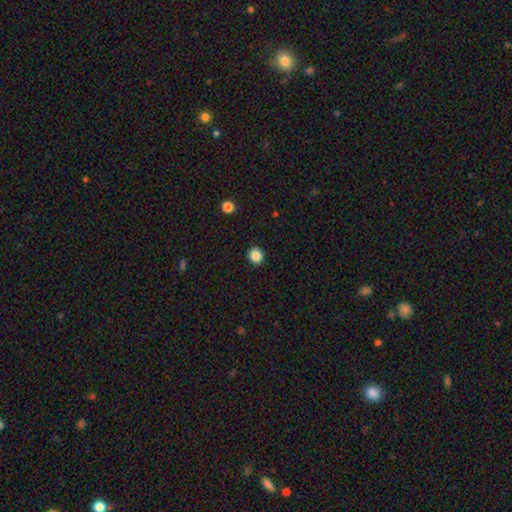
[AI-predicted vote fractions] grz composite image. It shows a smooth galaxy with no disk features (86%) that is round (82%). Merging: none (92%).